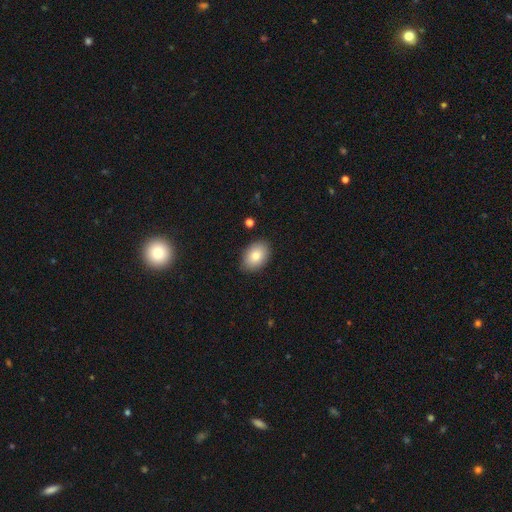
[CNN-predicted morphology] Q: Smooth or featured?
A: smooth (81%); runner-up: featured or disk (11%)
Q: How rounded?
A: in between (83%); runner-up: round (16%)
Q: Merging?
A: none (87%); runner-up: minor disturbance (10%)